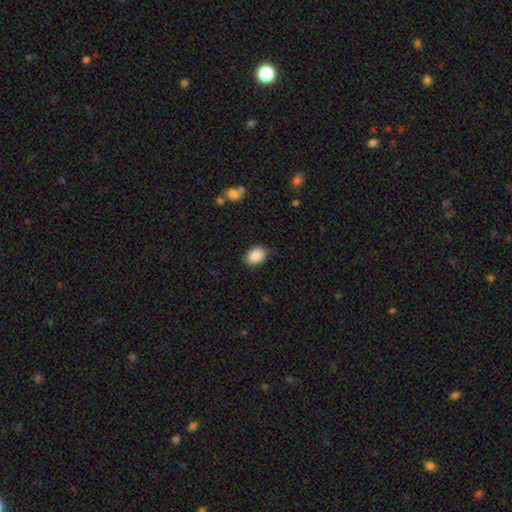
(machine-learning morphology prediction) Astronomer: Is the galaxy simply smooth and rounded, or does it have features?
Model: smooth — 89%.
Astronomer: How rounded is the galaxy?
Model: in between — 74%.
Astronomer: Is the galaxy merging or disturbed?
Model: none — 84%.